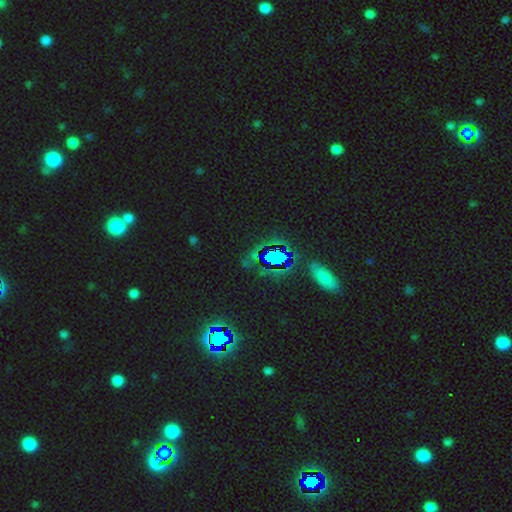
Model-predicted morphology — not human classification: Smooth or featured: star or artifact — 72% (smooth — 18%)